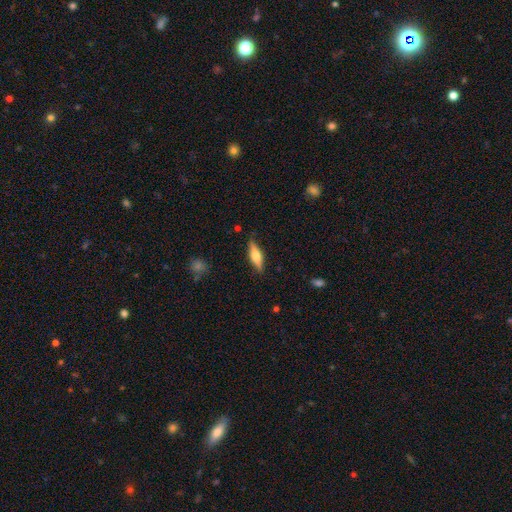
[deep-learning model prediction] smooth_or_featured: featured or disk (p=0.47) [alt: smooth p=0.46]
merging: none (p=0.85) [alt: minor disturbance p=0.12]